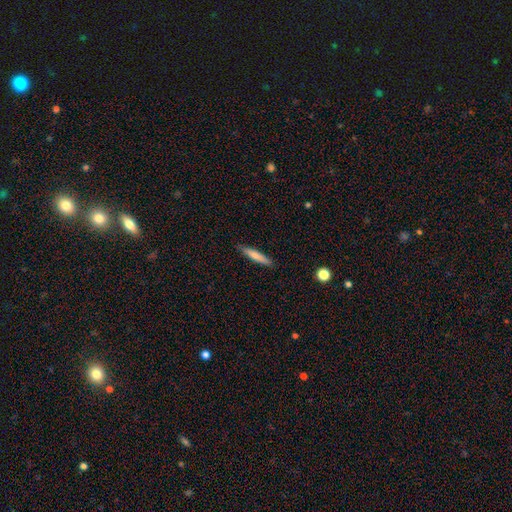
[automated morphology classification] Smooth or featured?
  - smooth: 71% *
  - featured or disk: 23%
  - star or artifact: 6%
How rounded?
  - cigar-shaped: 91% *
  - in between: 8%
  - round: 1%
Merging?
  - none: 88% *
  - minor disturbance: 9%
  - major disturbance: 2%
  - merger: 1%